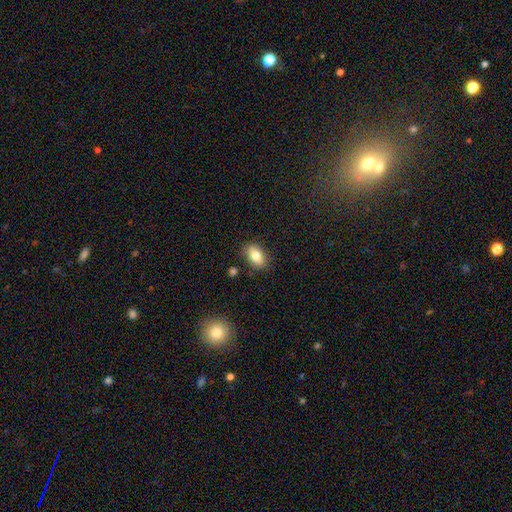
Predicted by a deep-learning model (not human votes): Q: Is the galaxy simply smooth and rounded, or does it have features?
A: smooth — 79%.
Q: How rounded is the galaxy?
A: in between — 88%.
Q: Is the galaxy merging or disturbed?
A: none — 82%.